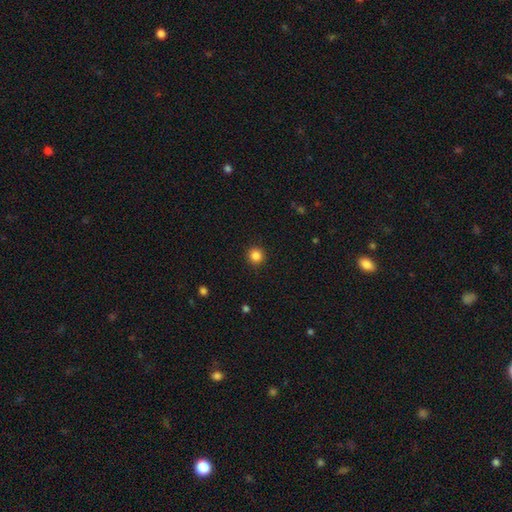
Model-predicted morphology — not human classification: Q: Smooth or featured?
A: smooth (85%); runner-up: star or artifact (11%)
Q: How rounded?
A: round (95%); runner-up: in between (4%)
Q: Merging?
A: none (92%); runner-up: minor disturbance (5%)